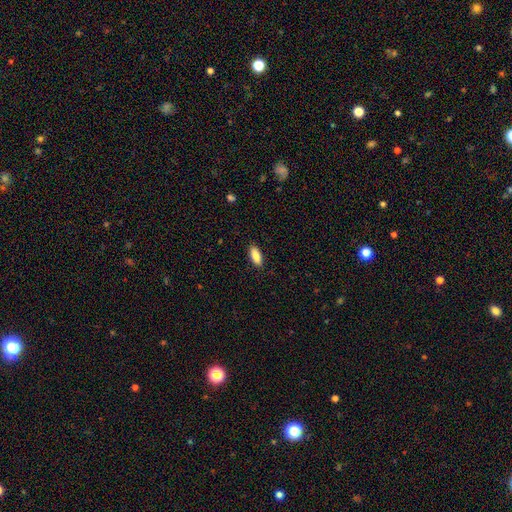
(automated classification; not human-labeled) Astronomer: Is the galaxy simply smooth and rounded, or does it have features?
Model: smooth — 88%.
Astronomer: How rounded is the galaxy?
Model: in between — 80%.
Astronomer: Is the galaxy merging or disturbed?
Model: none — 88%.